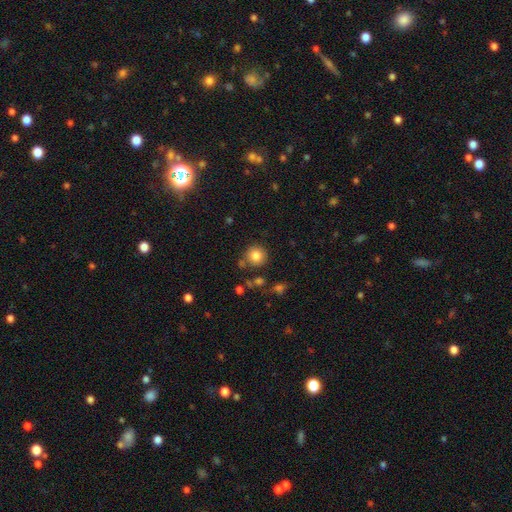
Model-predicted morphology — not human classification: The model was most divided on "merging": none: 81%, minor disturbance: 10%, merger: 6%, major disturbance: 4%. More confident: how rounded — round (92%); smooth or featured — smooth (83%).